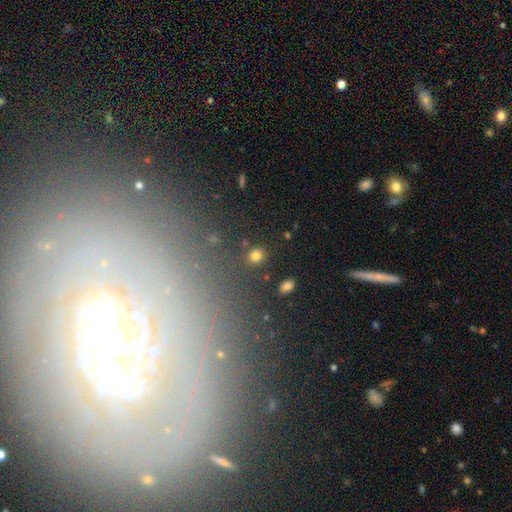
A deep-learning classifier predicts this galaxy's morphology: This appears to be a smooth galaxy with no disk features (80%) that is round (78%). Merging: none (85%).